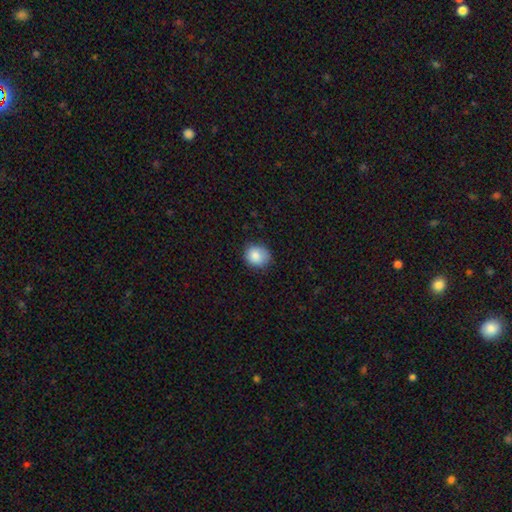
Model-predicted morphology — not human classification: Smooth or featured: smooth — 86% (star or artifact — 8%)
How rounded: round — 77% (in between — 22%)
Merging: none — 79% (minor disturbance — 17%)